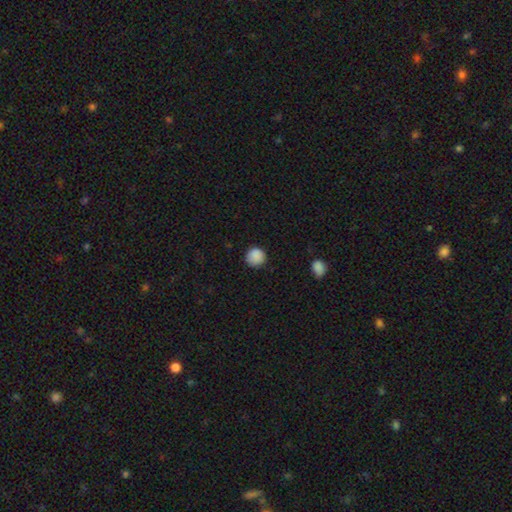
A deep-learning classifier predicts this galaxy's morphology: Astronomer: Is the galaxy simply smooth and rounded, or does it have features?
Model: smooth — 88%.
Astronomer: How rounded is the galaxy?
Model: round — 94%.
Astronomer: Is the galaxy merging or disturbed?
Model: none — 86%.